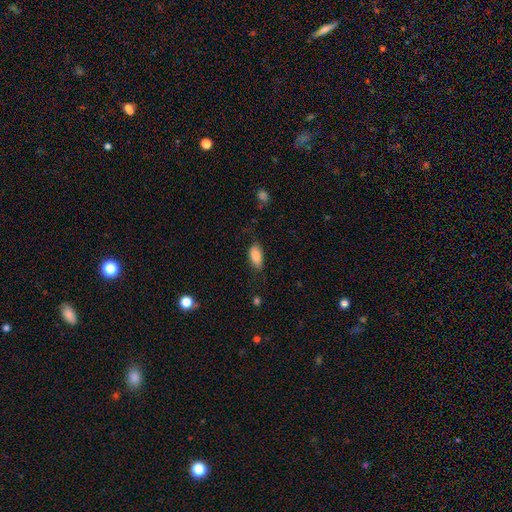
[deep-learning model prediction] smooth_or_featured: smooth (p=0.82) [alt: featured or disk p=0.11]
how_rounded: in between (p=0.91) [alt: cigar-shaped p=0.06]
merging: none (p=0.73) [alt: minor disturbance p=0.21]